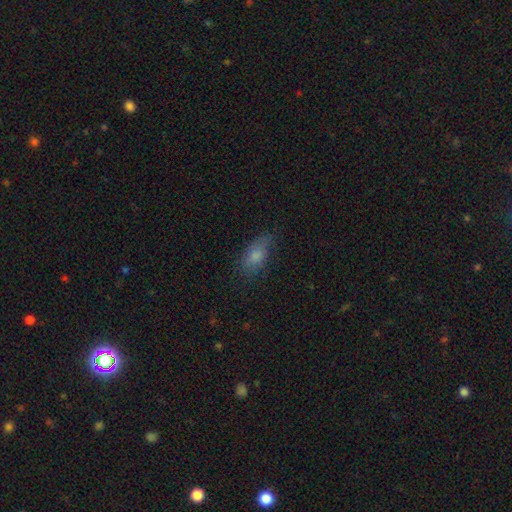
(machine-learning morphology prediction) This appears to be a smooth galaxy with no disk features (78%) that is in between round and cigar-shaped (83%). Merging: none (66%).